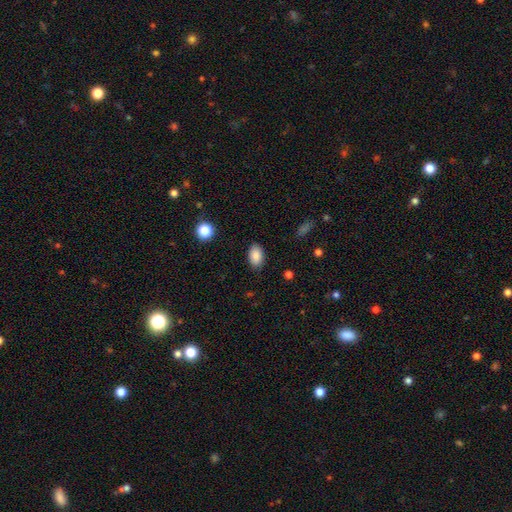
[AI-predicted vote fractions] smooth-or-featured: smooth: 88% | star or artifact: 8% | featured or disk: 4%
  how-rounded: in between: 90% | round: 9% | cigar-shaped: 1%
  merging: none: 86% | minor disturbance: 10% | major disturbance: 3% | merger: 1%